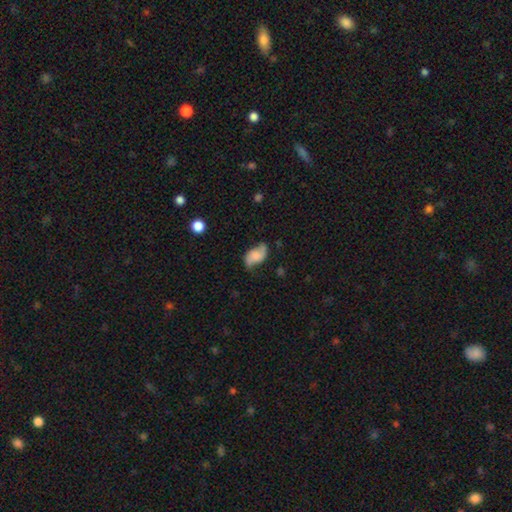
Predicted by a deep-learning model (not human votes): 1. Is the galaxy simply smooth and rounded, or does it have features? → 47% featured or disk, 45% smooth, 9% star or artifact.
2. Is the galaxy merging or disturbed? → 62% none, 26% minor disturbance, 9% major disturbance, 3% merger.